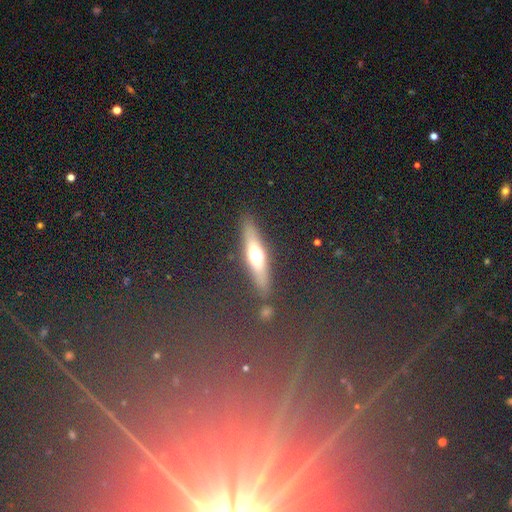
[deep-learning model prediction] A featured or disk galaxy (48%). Merging: none (86%).